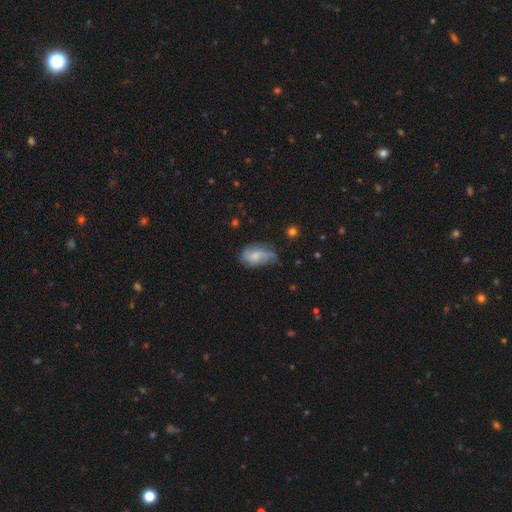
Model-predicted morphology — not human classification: Smooth or featured?
  - smooth: 53% *
  - featured or disk: 39%
  - star or artifact: 8%
How rounded?
  - in between: 88% *
  - round: 10%
  - cigar-shaped: 3%
Merging?
  - minor disturbance: 39% *
  - none: 36%
  - major disturbance: 22%
  - merger: 3%